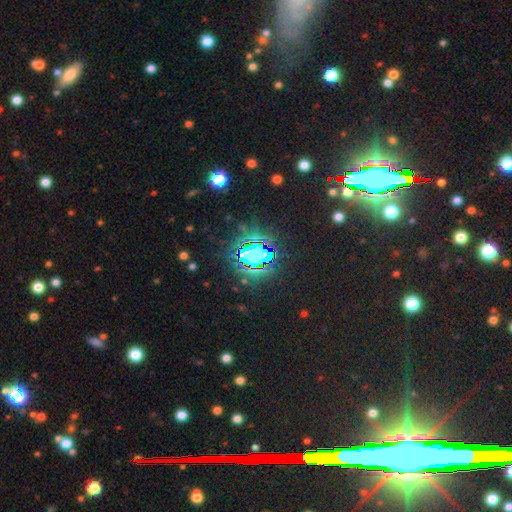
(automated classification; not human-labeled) Overall: star or artifact (72%).